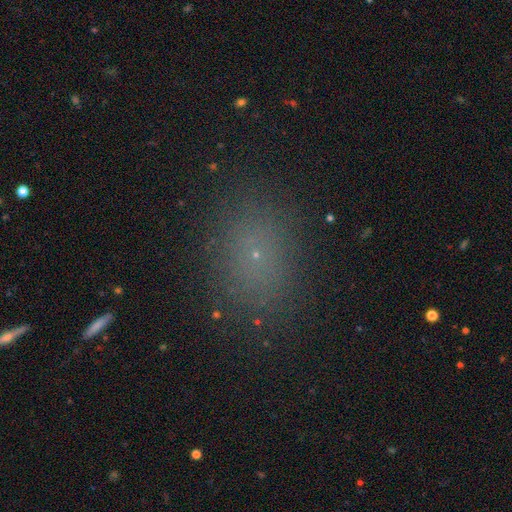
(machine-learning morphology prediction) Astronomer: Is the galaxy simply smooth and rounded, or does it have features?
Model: smooth — 66%.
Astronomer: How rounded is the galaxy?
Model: in between — 66%.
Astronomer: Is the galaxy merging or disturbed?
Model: none — 86%.